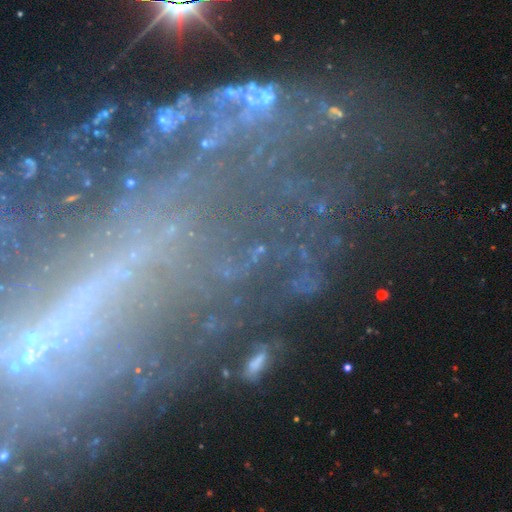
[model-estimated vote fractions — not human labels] Q: Smooth or featured?
A: star or artifact (55%); runner-up: featured or disk (31%)